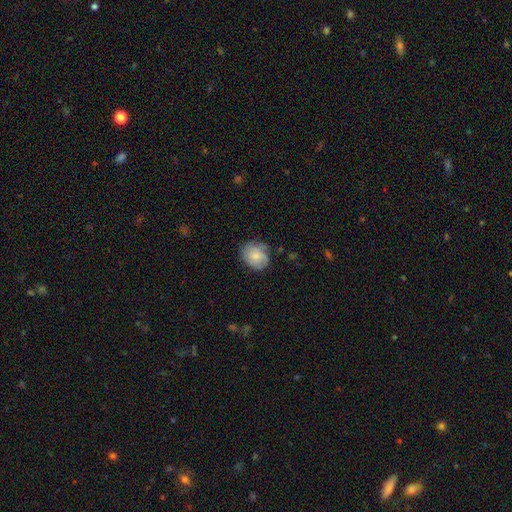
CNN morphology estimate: smooth 73%, featured or disk 19%, star or artifact 7%. Down the decision tree: how rounded — round (55%); merging — none (68%).